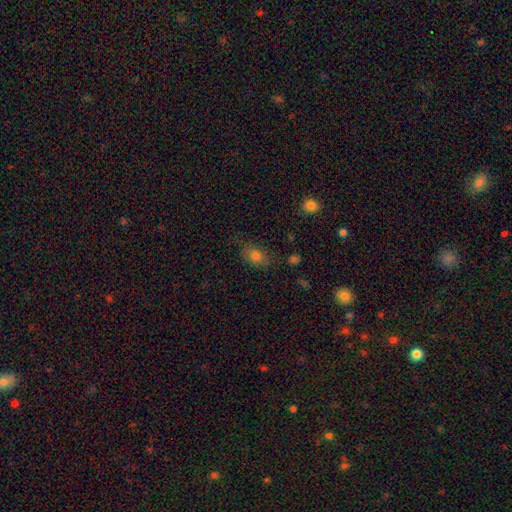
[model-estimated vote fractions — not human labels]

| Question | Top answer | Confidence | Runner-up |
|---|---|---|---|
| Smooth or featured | smooth | 78% | star or artifact (11%) |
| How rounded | in between | 78% | round (19%) |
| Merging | none | 69% | minor disturbance (22%) |